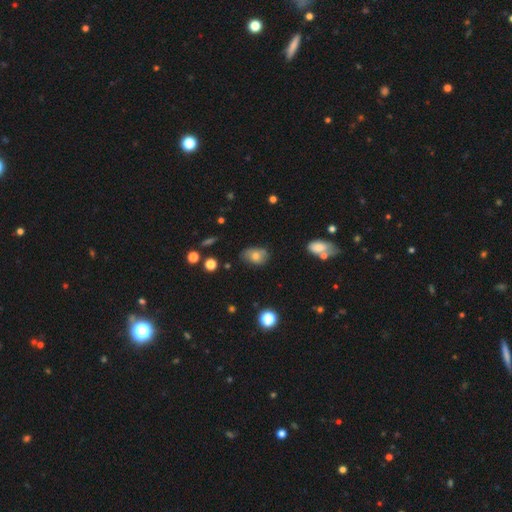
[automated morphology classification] Q: Smooth or featured?
A: smooth (70%); runner-up: featured or disk (19%)
Q: How rounded?
A: in between (78%); runner-up: round (21%)
Q: Merging?
A: none (56%); runner-up: minor disturbance (32%)